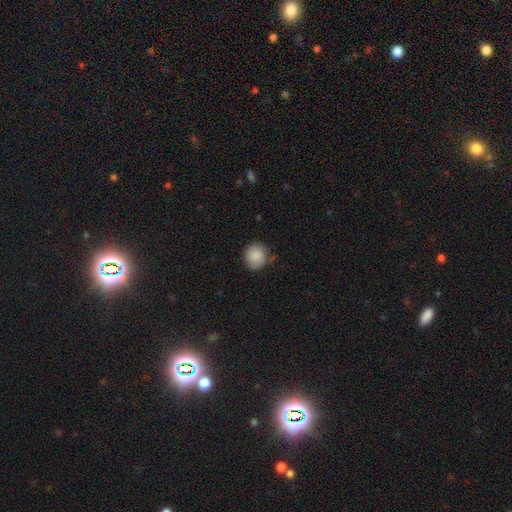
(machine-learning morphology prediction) This appears to be a smooth galaxy with no disk features (86%) that is round (85%). Merging: none (75%).